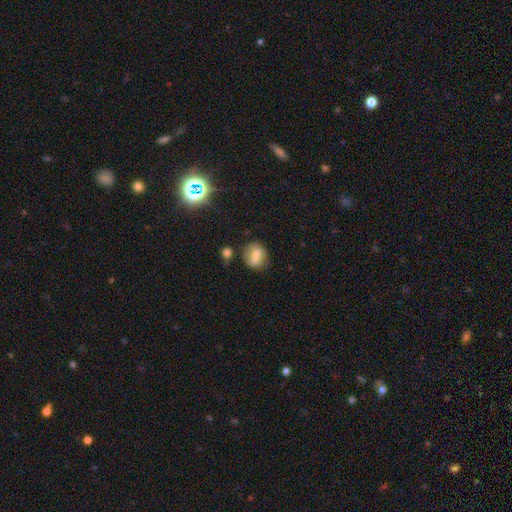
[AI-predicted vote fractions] This is likely a smooth galaxy (70%). How rounded: possibly round (53%). Merging: likely none (69%).